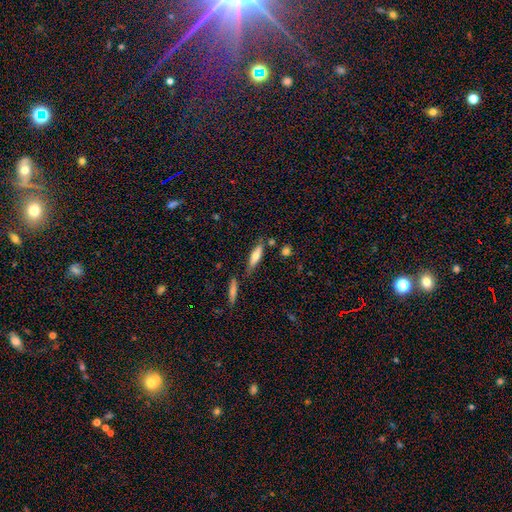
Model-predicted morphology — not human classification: A smooth galaxy with no disk features (62%) that is cigar-shaped (62%).

Vote fractions:
- Smooth or featured? smooth: 62% / featured or disk: 31% / star or artifact: 7%
- How rounded? cigar-shaped: 62% / in between: 36% / round: 2%
- Merging? none: 70% / minor disturbance: 17% / merger: 8% / major disturbance: 4%